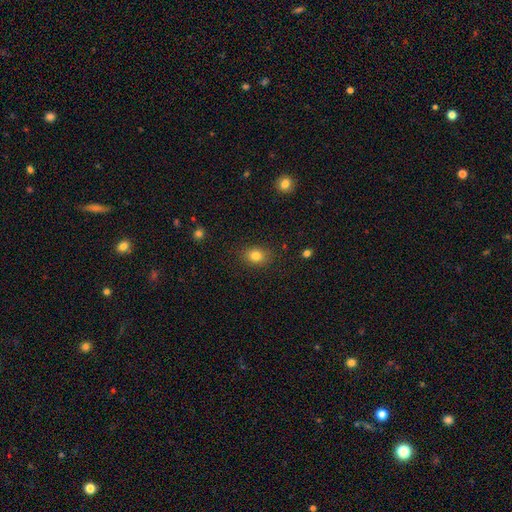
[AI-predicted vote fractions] smooth 82%, star or artifact 11%, featured or disk 7%. Down the decision tree: how rounded — in between (60%); merging — none (86%).